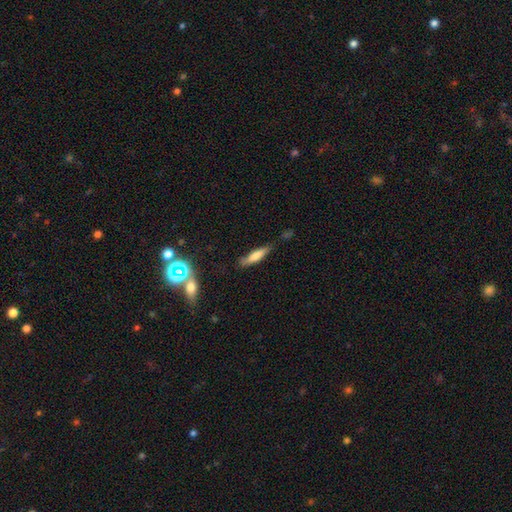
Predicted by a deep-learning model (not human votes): smooth_or_featured: smooth (p=0.69) [alt: featured or disk p=0.23]
how_rounded: cigar-shaped (p=0.75) [alt: in between p=0.23]
merging: none (p=0.66) [alt: minor disturbance p=0.24]